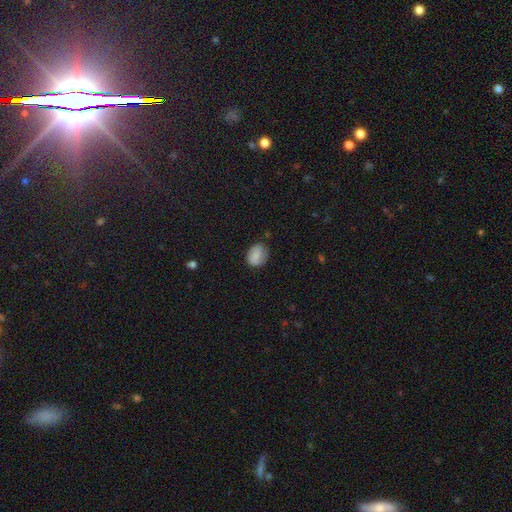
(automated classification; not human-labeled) This appears to be a smooth galaxy with no disk features (83%) that is in between round and cigar-shaped (61%). Merging: none (66%).